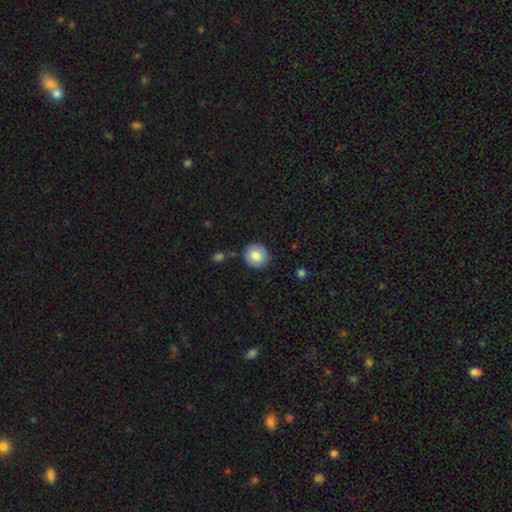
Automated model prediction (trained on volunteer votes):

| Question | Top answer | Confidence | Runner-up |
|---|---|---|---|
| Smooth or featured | smooth | 81% | featured or disk (11%) |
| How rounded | round | 93% | in between (6%) |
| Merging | none | 87% | minor disturbance (8%) |